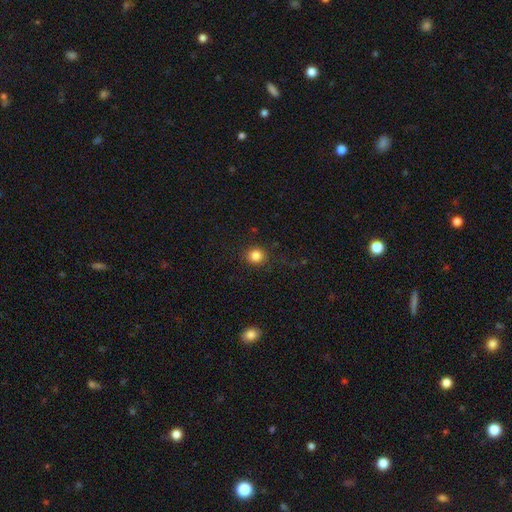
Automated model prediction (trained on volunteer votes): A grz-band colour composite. It shows a smooth galaxy with no disk features (84%) that is round (89%). Merging: none (88%).